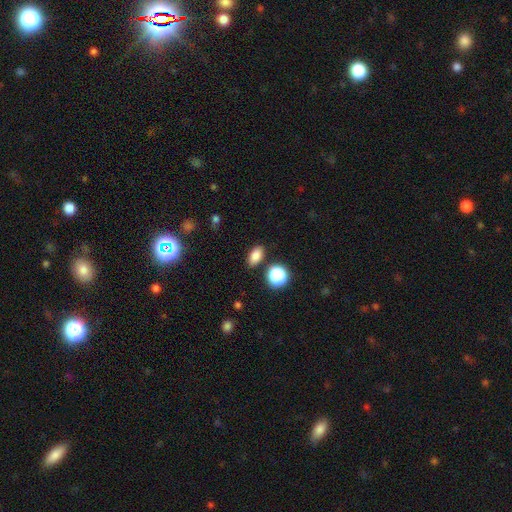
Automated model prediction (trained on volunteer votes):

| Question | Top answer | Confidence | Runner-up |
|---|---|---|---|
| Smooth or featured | smooth | 81% | star or artifact (13%) |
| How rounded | in between | 85% | round (11%) |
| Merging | none | 84% | minor disturbance (10%) |